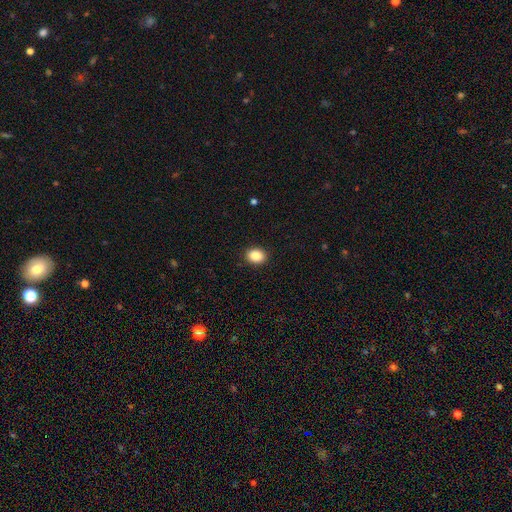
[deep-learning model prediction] This is clearly a smooth galaxy (87%). How rounded: possibly in between (53%). Merging: clearly none (91%).